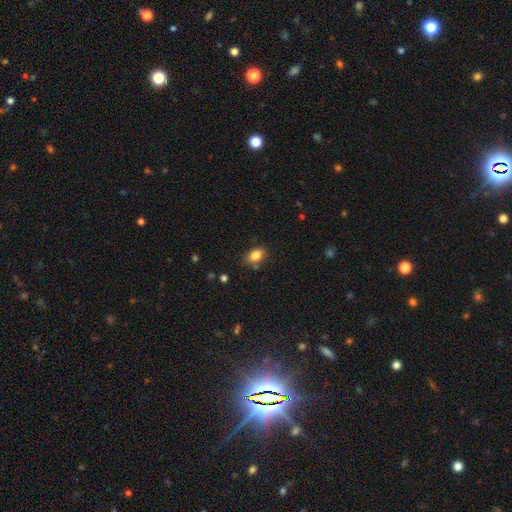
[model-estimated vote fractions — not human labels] smooth_or_featured: smooth (p=0.83) [alt: star or artifact p=0.09]
how_rounded: in between (p=0.82) [alt: round p=0.16]
merging: none (p=0.75) [alt: minor disturbance p=0.18]